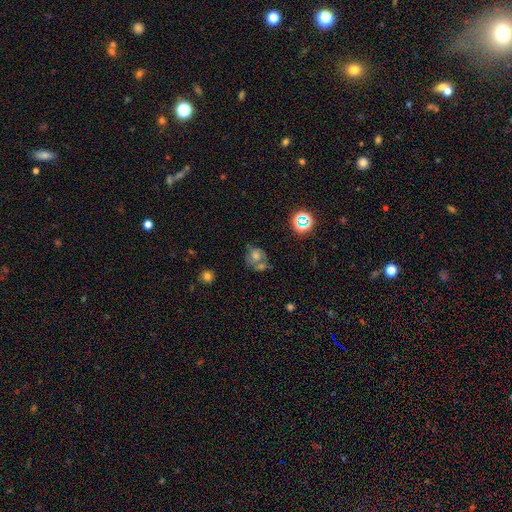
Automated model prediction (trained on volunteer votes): Morphology: type=smooth (44%); merging=none (42%).